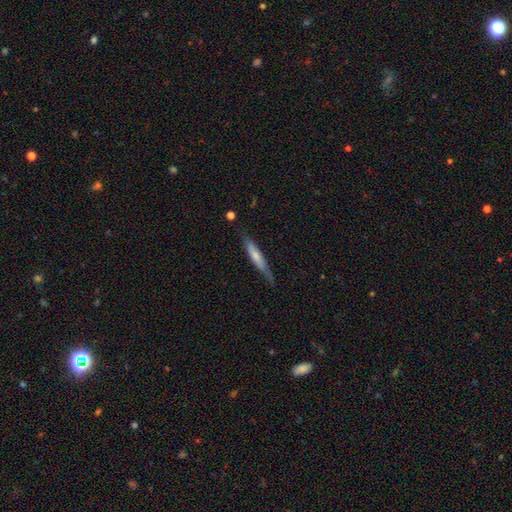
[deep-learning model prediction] This appears to be a smooth galaxy with no disk features (57%) that is cigar-shaped (90%). Merging: none (67%).